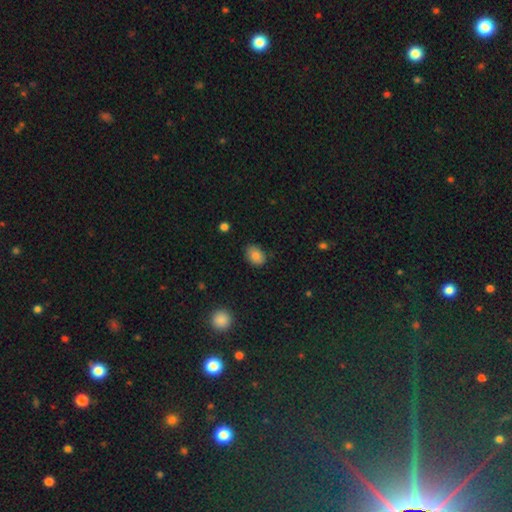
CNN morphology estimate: The model was most divided on "how rounded": in between: 72%, round: 27%, cigar-shaped: 1%. More confident: smooth or featured — smooth (84%); merging — none (79%).